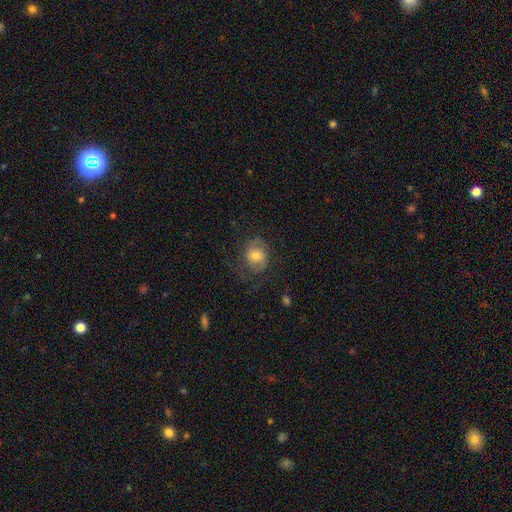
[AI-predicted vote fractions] Smooth or featured: smooth — 58% (featured or disk — 33%)
How rounded: round — 53% (in between — 46%)
Merging: none — 58% (minor disturbance — 22%)